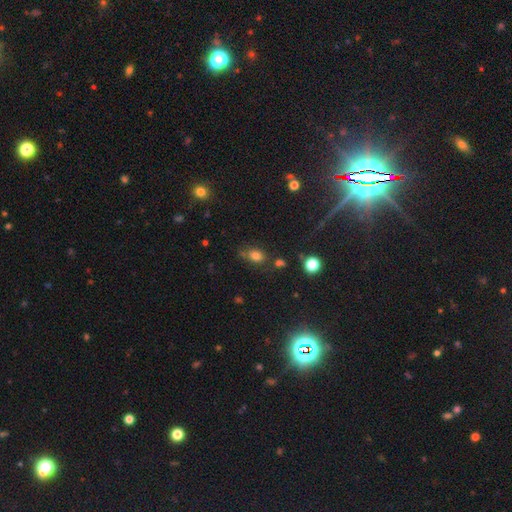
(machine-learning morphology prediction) type=smooth (76%); roundness=in between (66%); merging=none (64%).